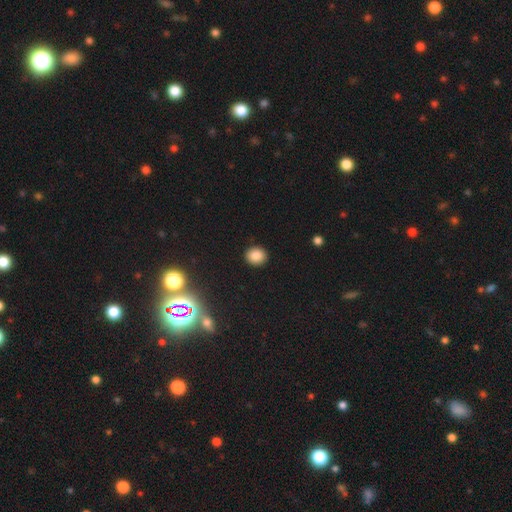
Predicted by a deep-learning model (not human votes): Smooth or featured: smooth — 84% (star or artifact — 11%)
How rounded: round — 73% (in between — 26%)
Merging: none — 91% (minor disturbance — 6%)